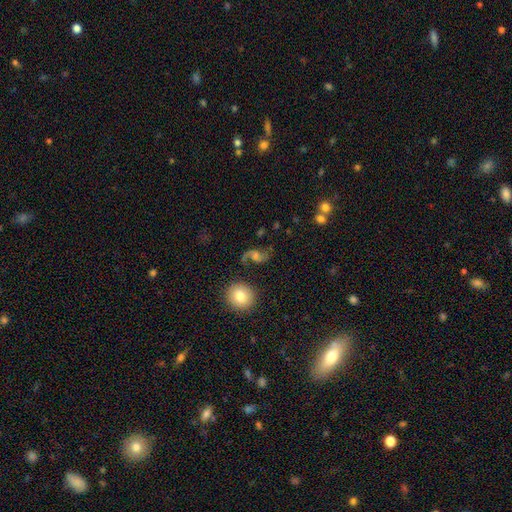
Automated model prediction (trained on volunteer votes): Smooth or featured? Predicted: featured or disk (p=0.70). Edge-on disk? Predicted: no (p=0.97). Bar? Predicted: no (p=0.54). Spiral arms? Predicted: yes (p=0.93). Spiral winding? Predicted: loose (p=0.74). Spiral arm count? Predicted: 2 (p=0.87). Bulge size? Predicted: moderate (p=0.43). Merging? Predicted: none (p=0.68).